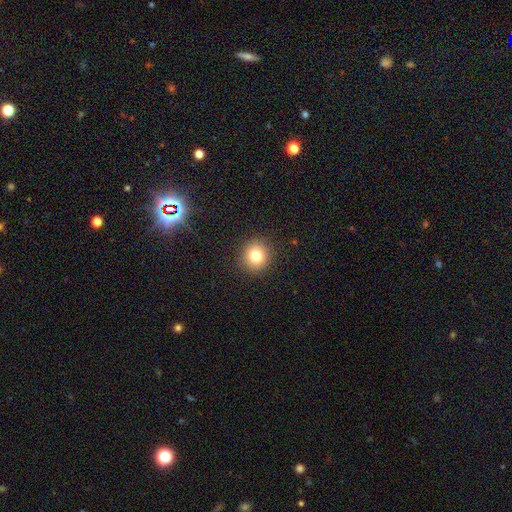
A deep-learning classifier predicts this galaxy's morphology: This is likely a smooth galaxy (78%). How rounded: clearly round (92%). Merging: clearly none (91%).